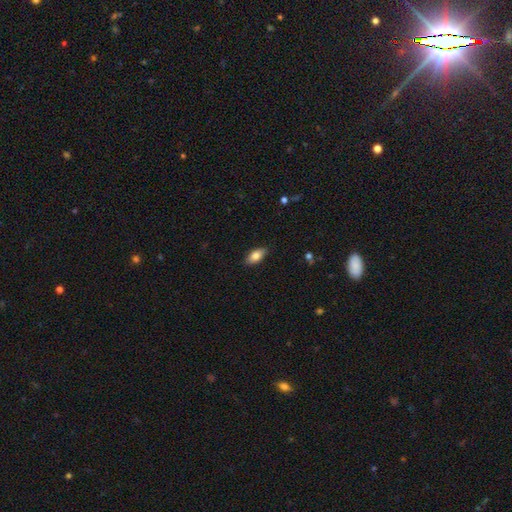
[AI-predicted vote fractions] A smooth galaxy with no disk features (81%) that is in between round and cigar-shaped (89%).

Vote fractions:
- Smooth or featured? smooth: 81% / featured or disk: 12% / star or artifact: 7%
- How rounded? in between: 89% / cigar-shaped: 8% / round: 3%
- Merging? none: 86% / minor disturbance: 11% / major disturbance: 2% / merger: 1%